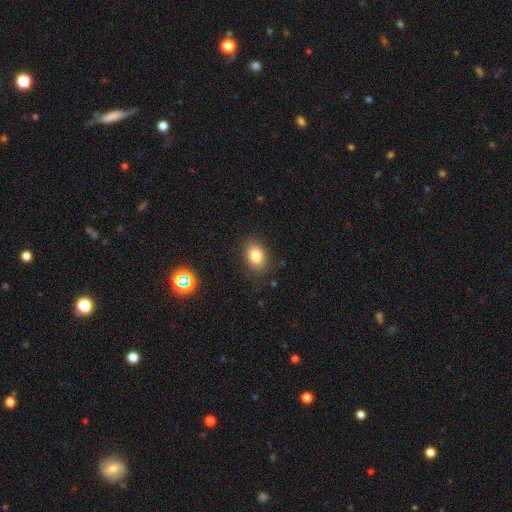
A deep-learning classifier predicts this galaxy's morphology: type=smooth (82%); roundness=in between (78%); merging=none (84%).